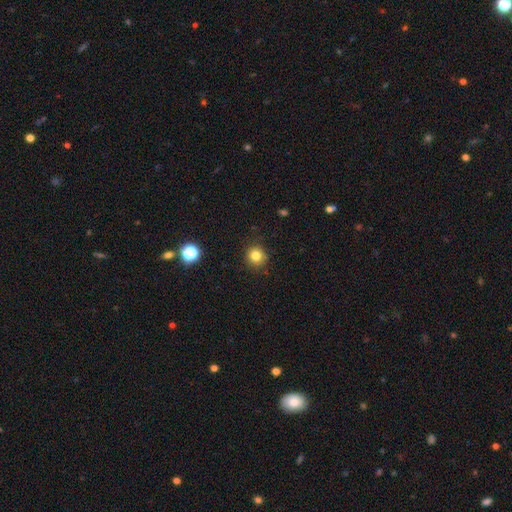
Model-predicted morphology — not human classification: smooth-or-featured: smooth: 81% | star or artifact: 13% | featured or disk: 6%
  how-rounded: round: 91% | in between: 8% | cigar-shaped: 1%
  merging: none: 89% | minor disturbance: 8% | major disturbance: 2% | merger: 1%